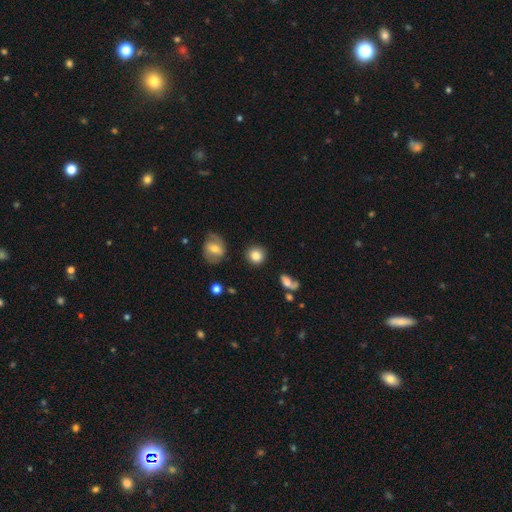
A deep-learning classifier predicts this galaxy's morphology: Smooth or featured? Predicted: smooth (p=0.83). How rounded? Predicted: round (p=0.89). Merging? Predicted: none (p=0.86).